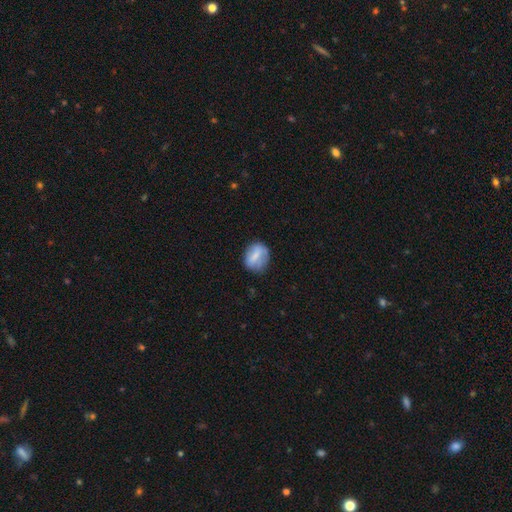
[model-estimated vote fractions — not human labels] Smooth or featured? Predicted: smooth (p=0.67). How rounded? Predicted: in between (p=0.52). Merging? Predicted: none (p=0.70).